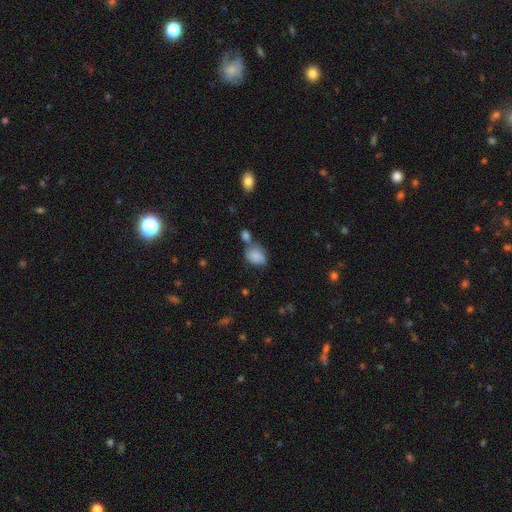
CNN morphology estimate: Smooth or featured: smooth — 80% (featured or disk — 11%)
How rounded: in between — 72% (round — 27%)
Merging: none — 35% (merger — 34%)